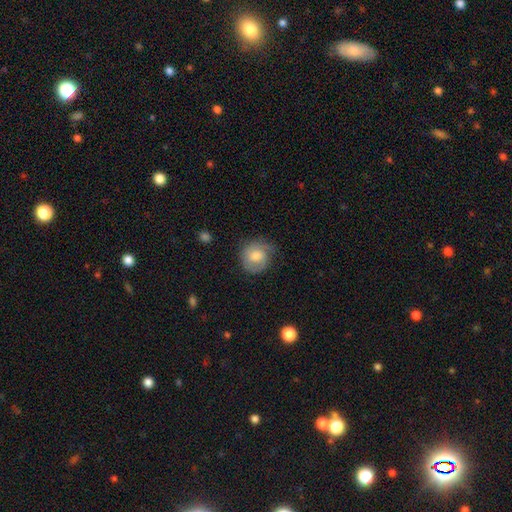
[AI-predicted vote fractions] Smooth or featured?
  - featured or disk: 47% *
  - smooth: 45%
  - star or artifact: 8%
Merging?
  - none: 64% *
  - minor disturbance: 25%
  - major disturbance: 10%
  - merger: 1%